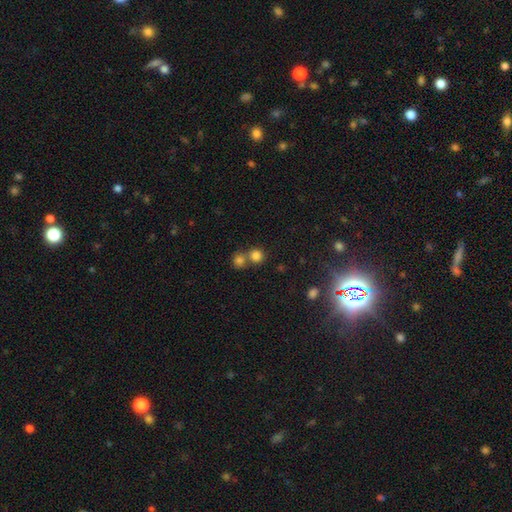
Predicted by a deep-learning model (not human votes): This is clearly a smooth galaxy (80%). How rounded: clearly round (90%). Merging: possibly none (52%).